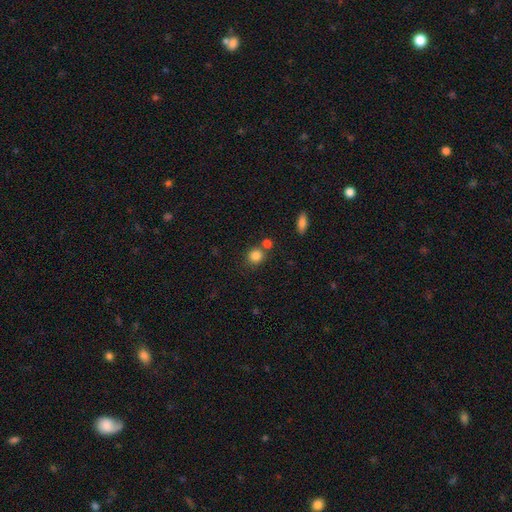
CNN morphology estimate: smooth-or-featured: smooth: 85% | star or artifact: 10% | featured or disk: 5%
  how-rounded: round: 84% | in between: 15% | cigar-shaped: 1%
  merging: none: 68% | merger: 19% | minor disturbance: 9% | major disturbance: 3%